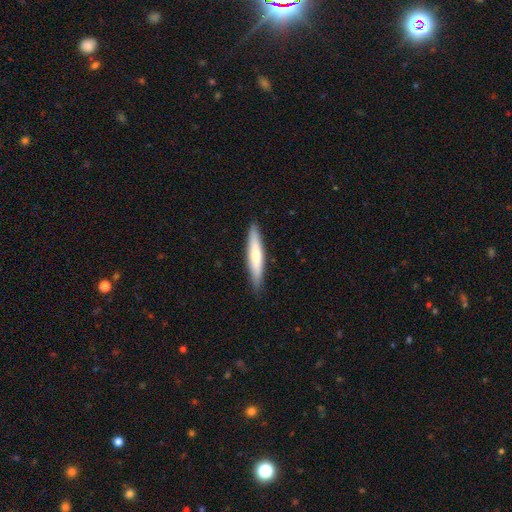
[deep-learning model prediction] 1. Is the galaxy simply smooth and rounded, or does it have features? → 58% smooth, 37% featured or disk, 5% star or artifact.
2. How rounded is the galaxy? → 87% cigar-shaped, 12% in between, 1% round.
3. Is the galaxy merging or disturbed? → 87% none, 10% minor disturbance, 2% major disturbance, 1% merger.